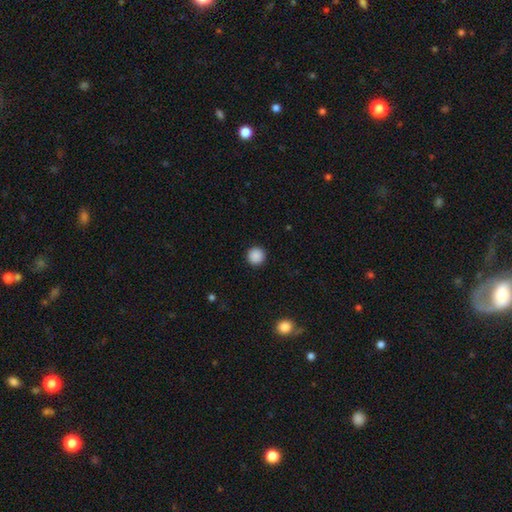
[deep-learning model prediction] Morphology: type=smooth (89%); roundness=round (96%); merging=none (93%).